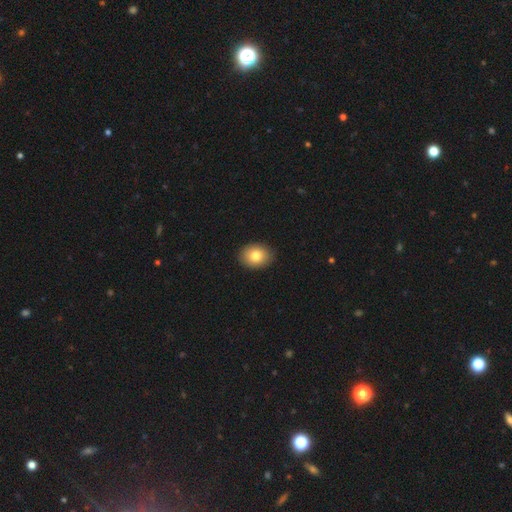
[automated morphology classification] This is clearly a smooth galaxy (82%). How rounded: likely in between (65%). Merging: clearly none (90%).